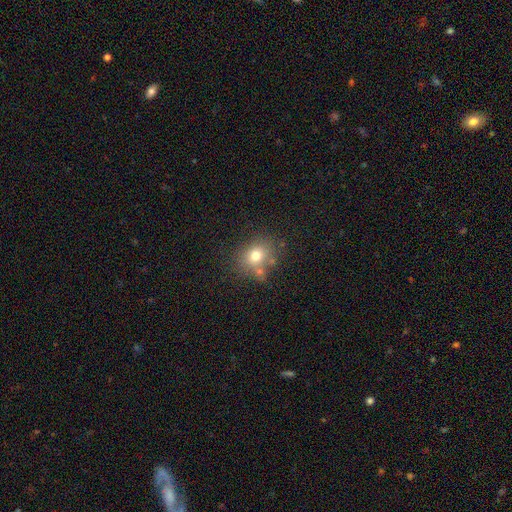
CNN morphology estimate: smooth_or_featured: smooth (p=0.73) [alt: star or artifact p=0.14]
how_rounded: round (p=0.62) [alt: in between p=0.37]
merging: none (p=0.63) [alt: minor disturbance p=0.16]